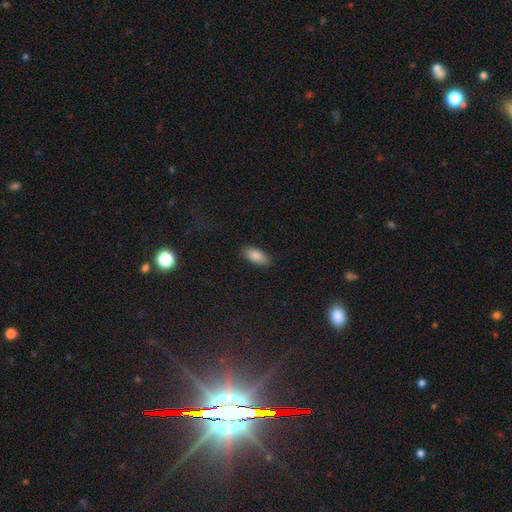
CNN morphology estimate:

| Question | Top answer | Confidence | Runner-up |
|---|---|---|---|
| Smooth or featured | smooth | 87% | star or artifact (7%) |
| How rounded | in between | 87% | cigar-shaped (11%) |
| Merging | none | 87% | minor disturbance (10%) |